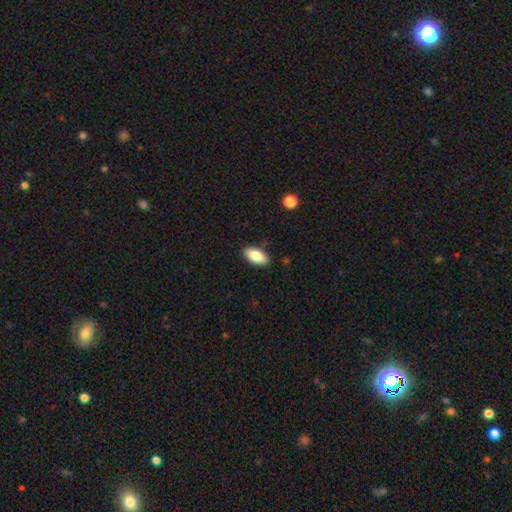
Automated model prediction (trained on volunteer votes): Smooth or featured: smooth — 85% (featured or disk — 9%)
How rounded: in between — 93% (cigar-shaped — 4%)
Merging: none — 87% (minor disturbance — 10%)